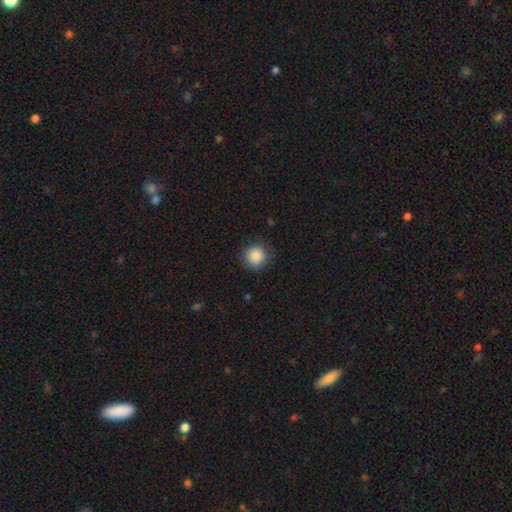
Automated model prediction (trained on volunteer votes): The model was most divided on "merging": none: 87%, minor disturbance: 9%, major disturbance: 3%, merger: 1%. More confident: how rounded — round (94%); smooth or featured — smooth (88%).